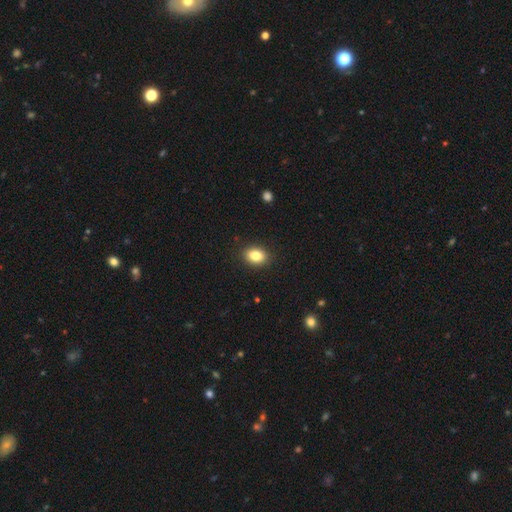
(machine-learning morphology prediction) Smooth or featured: smooth — 85% (star or artifact — 9%)
How rounded: in between — 70% (round — 29%)
Merging: none — 89% (minor disturbance — 8%)